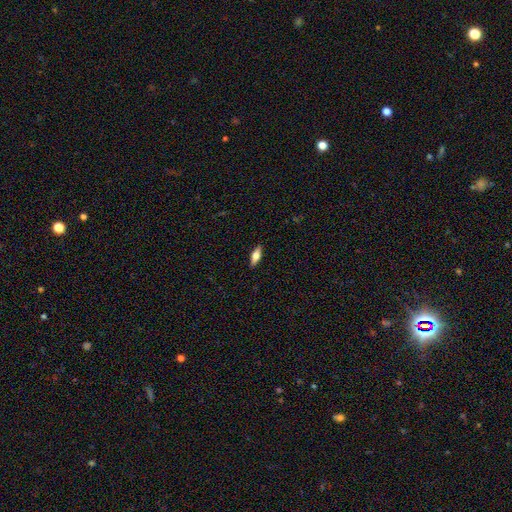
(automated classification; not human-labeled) Smooth or featured? smooth (61%)
How rounded? in between (64%)
Merging? none (89%)